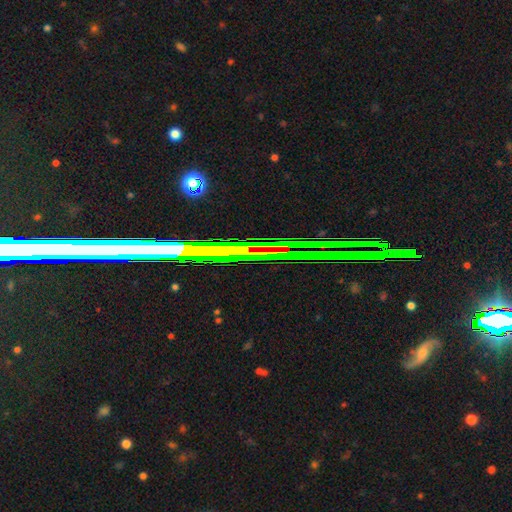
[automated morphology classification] Smooth or featured?
  - star or artifact: 69% *
  - featured or disk: 20%
  - smooth: 11%